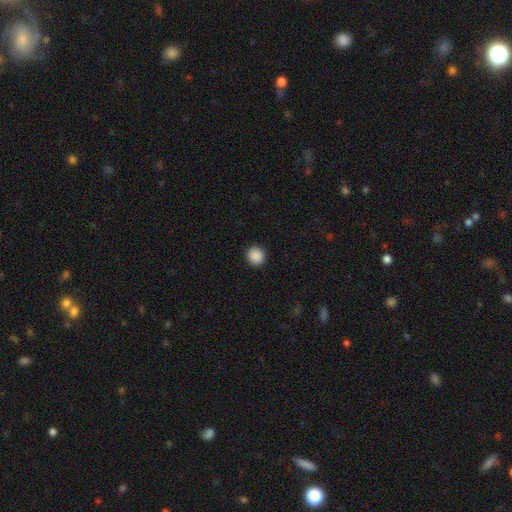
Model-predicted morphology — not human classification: Smooth or featured? smooth (89%)
How rounded? round (87%)
Merging? none (92%)